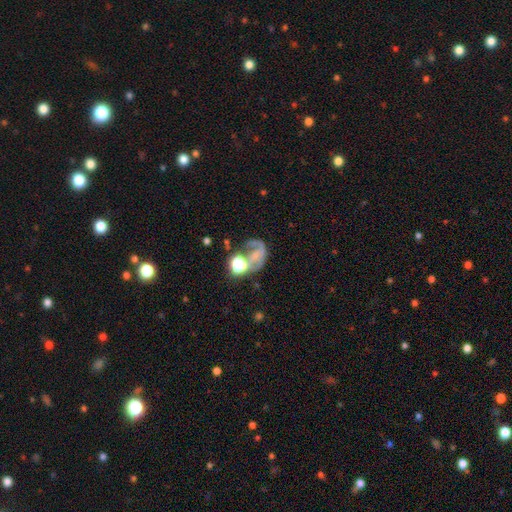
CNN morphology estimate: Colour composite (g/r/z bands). It shows a featured or disk galaxy (48%). Merging: major disturbance (38%).